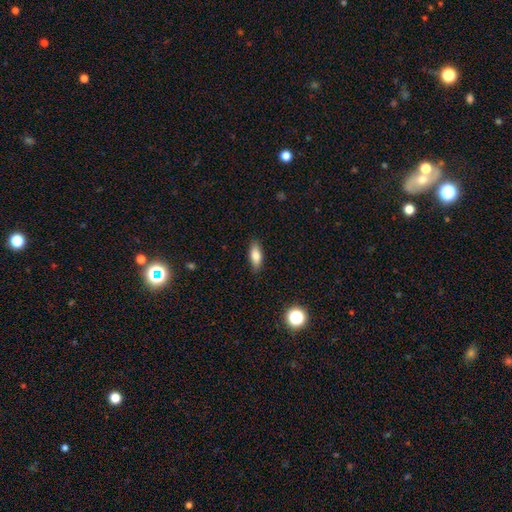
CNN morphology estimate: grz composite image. It shows a smooth galaxy with no disk features (80%) that is in between round and cigar-shaped (69%). Merging: none (86%).